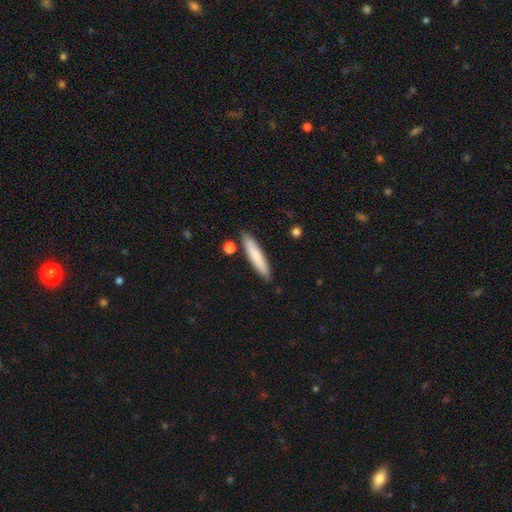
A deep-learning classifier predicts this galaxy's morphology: smooth_or_featured: smooth (p=0.78) [alt: featured or disk p=0.16]
how_rounded: cigar-shaped (p=0.87) [alt: in between p=0.12]
merging: none (p=0.85) [alt: minor disturbance p=0.10]